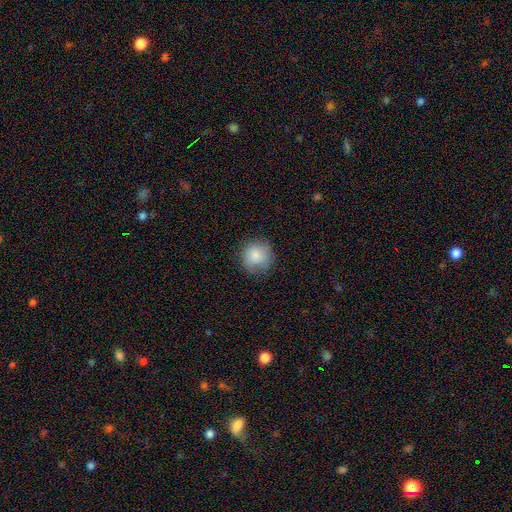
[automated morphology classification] Smooth or featured: smooth — 84% (featured or disk — 9%)
How rounded: round — 89% (in between — 10%)
Merging: none — 74% (minor disturbance — 19%)